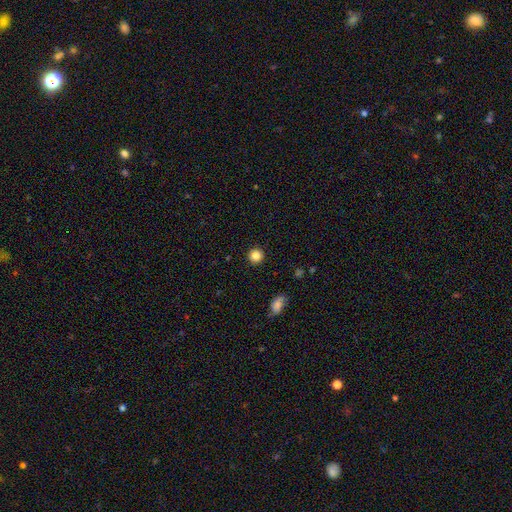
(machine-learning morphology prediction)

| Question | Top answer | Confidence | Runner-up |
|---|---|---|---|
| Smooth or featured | smooth | 85% | star or artifact (11%) |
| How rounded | round | 95% | in between (4%) |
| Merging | none | 92% | minor disturbance (5%) |